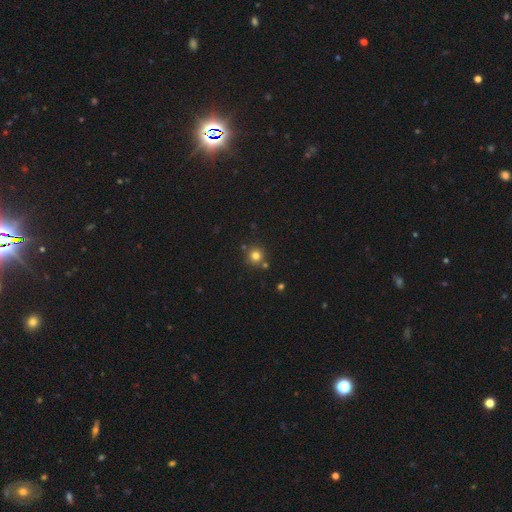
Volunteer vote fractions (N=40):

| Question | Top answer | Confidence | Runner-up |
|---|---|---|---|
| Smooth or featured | smooth | 85% | star or artifact (10%) |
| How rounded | round | 91% | in between (9%) |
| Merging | none | 75% | minor disturbance (11%) |